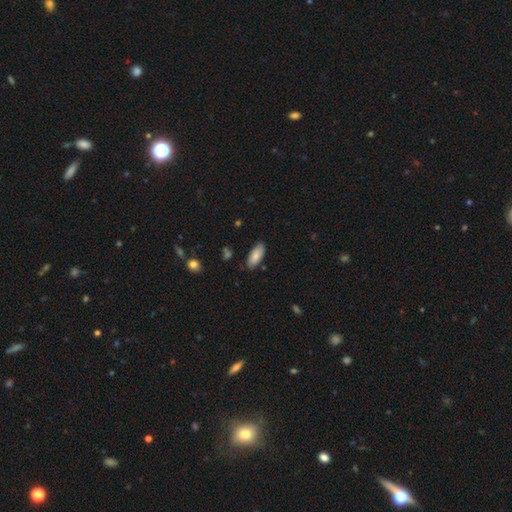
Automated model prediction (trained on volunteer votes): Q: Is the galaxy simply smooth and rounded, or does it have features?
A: smooth — 82%.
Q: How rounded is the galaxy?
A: in between — 86%.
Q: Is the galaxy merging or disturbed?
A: none — 80%.